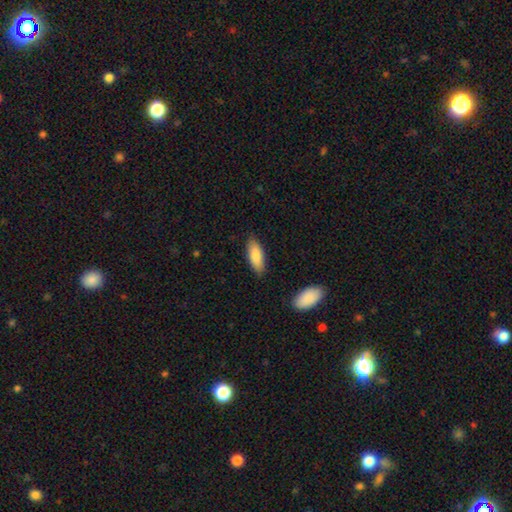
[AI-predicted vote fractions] smooth-or-featured: smooth: 84% | featured or disk: 10% | star or artifact: 6%
  how-rounded: in between: 70% | cigar-shaped: 29% | round: 2%
  merging: none: 84% | minor disturbance: 11% | major disturbance: 2% | merger: 2%